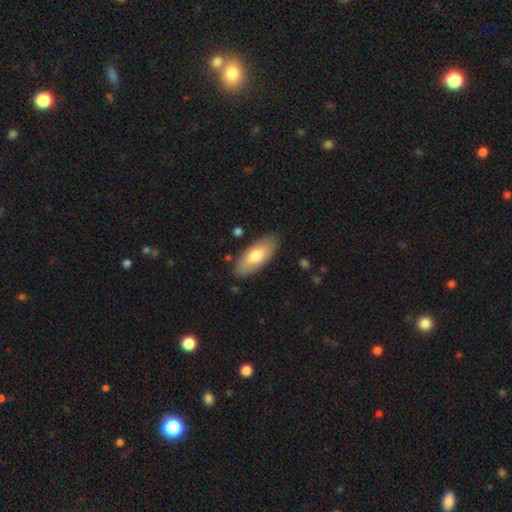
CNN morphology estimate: A smooth galaxy with no disk features (73%) that is in between round and cigar-shaped (85%).

Vote fractions:
- Smooth or featured? smooth: 73% / featured or disk: 22% / star or artifact: 5%
- How rounded? in between: 85% / cigar-shaped: 13% / round: 2%
- Merging? none: 85% / minor disturbance: 11% / major disturbance: 2% / merger: 2%